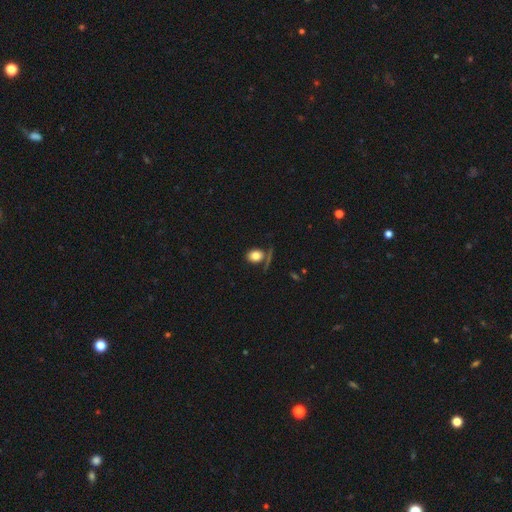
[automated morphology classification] smooth 79%, featured or disk 11%, star or artifact 10%. Down the decision tree: how rounded — in between (56%); merging — none (67%).